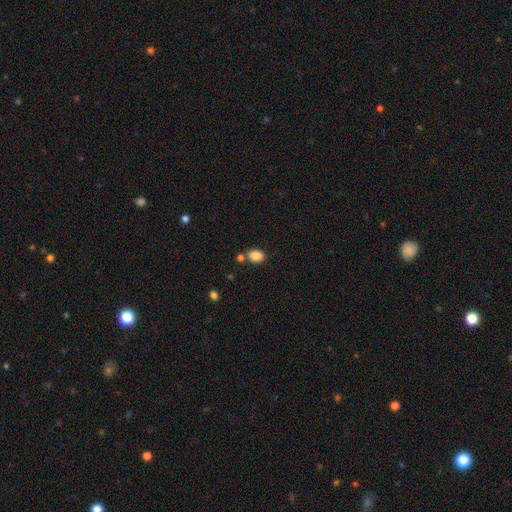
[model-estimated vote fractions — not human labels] The model was most divided on "how rounded": in between: 67%, round: 32%, cigar-shaped: 1%. More confident: smooth or featured — smooth (86%); merging — none (72%).